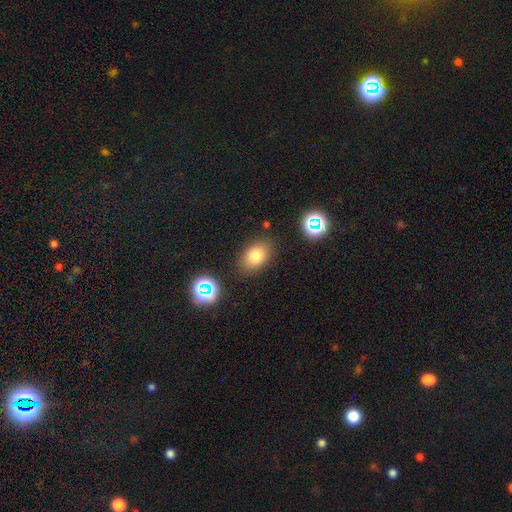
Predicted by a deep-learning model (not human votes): Smooth or featured?
  - smooth: 79% *
  - star or artifact: 12%
  - featured or disk: 9%
How rounded?
  - in between: 78% *
  - round: 21%
  - cigar-shaped: 1%
Merging?
  - none: 82% *
  - minor disturbance: 12%
  - major disturbance: 3%
  - merger: 3%